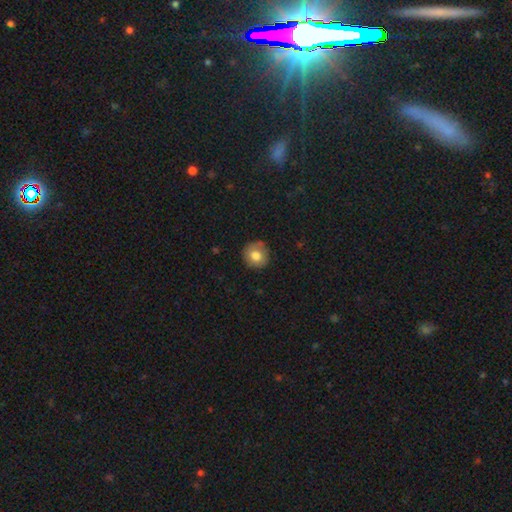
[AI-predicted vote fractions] Q: Smooth or featured?
A: smooth (79%); runner-up: featured or disk (12%)
Q: How rounded?
A: round (89%); runner-up: in between (10%)
Q: Merging?
A: none (80%); runner-up: minor disturbance (15%)